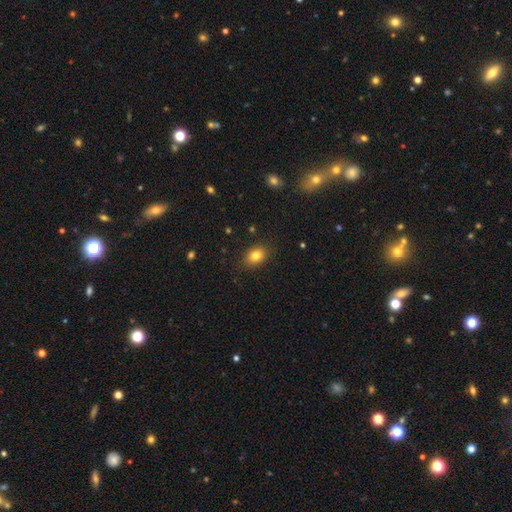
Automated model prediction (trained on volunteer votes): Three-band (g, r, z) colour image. It shows a smooth galaxy with no disk features (82%) that is in between round and cigar-shaped (70%). Merging: none (86%).